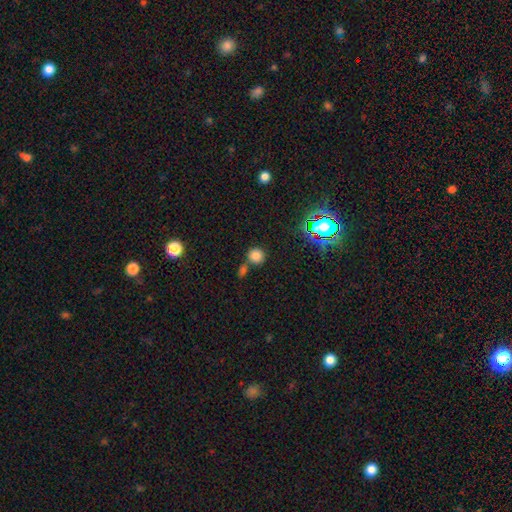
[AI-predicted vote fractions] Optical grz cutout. It shows a smooth galaxy with no disk features (78%) that is round (90%). Merging: none (66%).